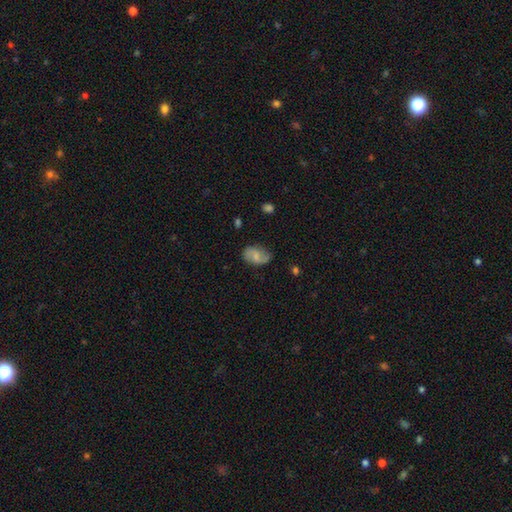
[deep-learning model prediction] Morphology: type=smooth (47%); merging=none (67%).